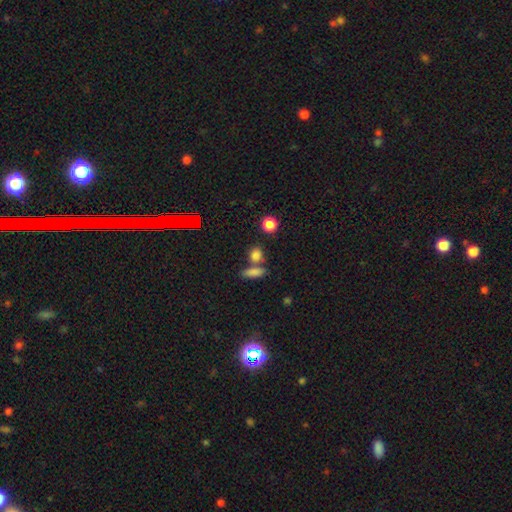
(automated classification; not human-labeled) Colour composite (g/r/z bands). It shows a smooth galaxy with no disk features (79%) that is in between round and cigar-shaped (46%). Merging: none (60%).